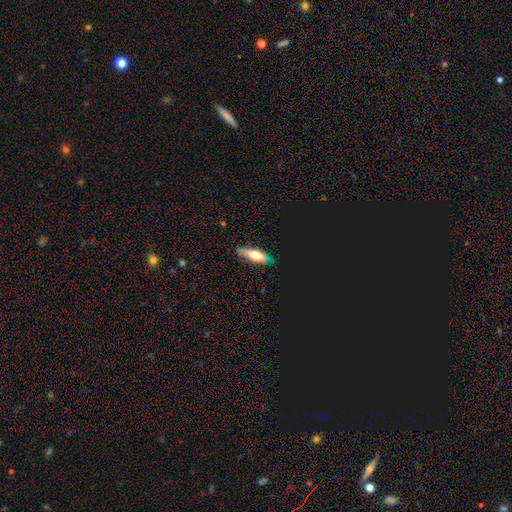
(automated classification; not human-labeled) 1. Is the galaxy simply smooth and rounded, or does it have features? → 53% smooth, 36% featured or disk, 11% star or artifact.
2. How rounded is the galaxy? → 58% in between, 38% cigar-shaped, 4% round.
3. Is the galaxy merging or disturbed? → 75% none, 19% minor disturbance, 4% major disturbance, 2% merger.